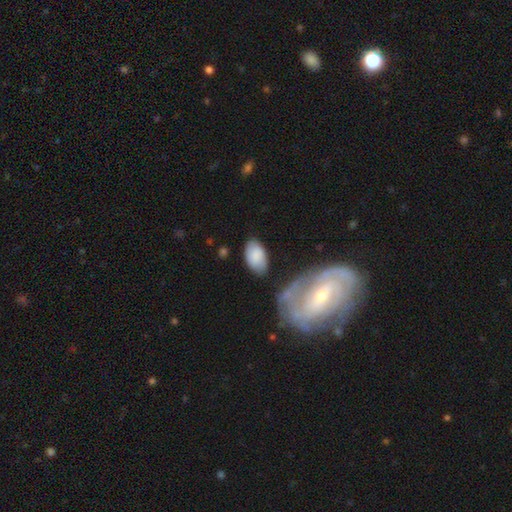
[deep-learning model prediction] A smooth galaxy with no disk features (77%) that is in between round and cigar-shaped (93%). Merging: none (73%).